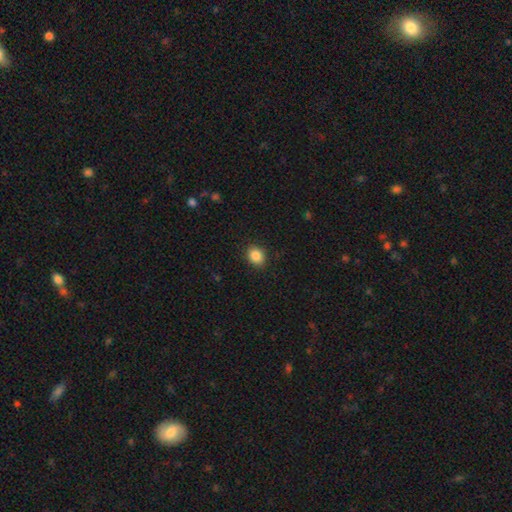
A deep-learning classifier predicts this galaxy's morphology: Smooth or featured? smooth (87%)
How rounded? round (54%)
Merging? none (89%)